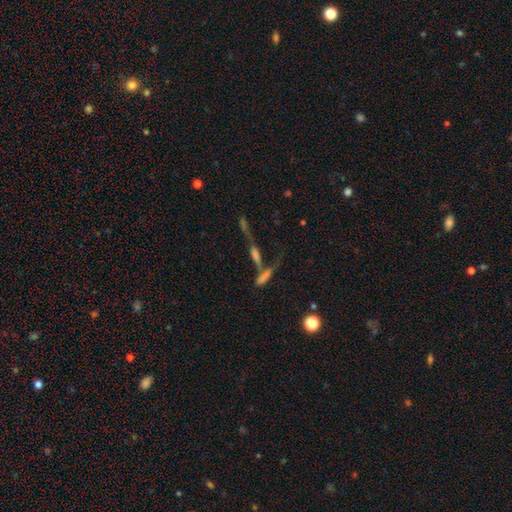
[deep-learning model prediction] Smooth or featured? Predicted: featured or disk (p=0.49). Merging? Predicted: merger (p=0.44).